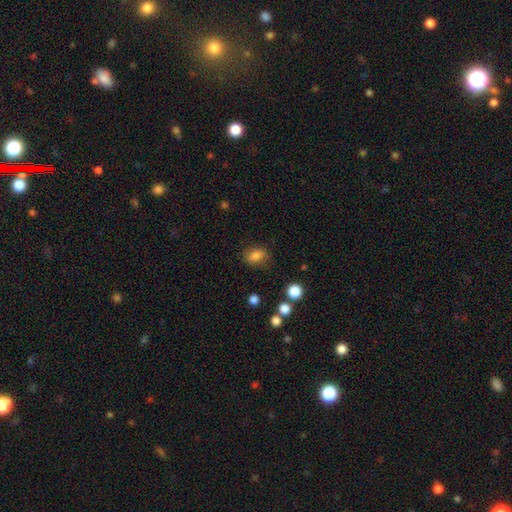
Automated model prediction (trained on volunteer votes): Smooth or featured?
  - smooth: 82% *
  - star or artifact: 11%
  - featured or disk: 7%
How rounded?
  - in between: 66% *
  - round: 33%
  - cigar-shaped: 2%
Merging?
  - none: 78% *
  - minor disturbance: 15%
  - major disturbance: 5%
  - merger: 2%